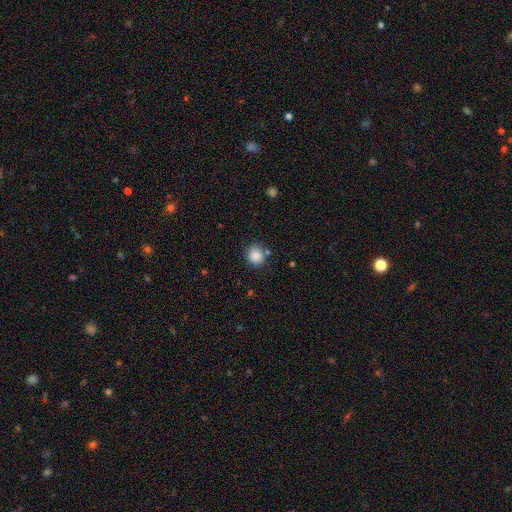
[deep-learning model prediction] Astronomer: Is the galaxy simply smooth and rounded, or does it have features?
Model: smooth — 86%.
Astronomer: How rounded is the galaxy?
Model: round — 84%.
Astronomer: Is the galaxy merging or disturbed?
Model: none — 78%.